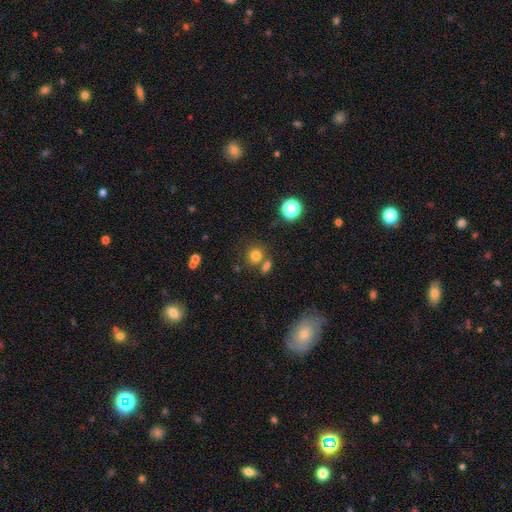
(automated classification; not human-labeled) Smooth or featured? Predicted: smooth (p=0.76). How rounded? Predicted: round (p=0.85). Merging? Predicted: none (p=0.67).